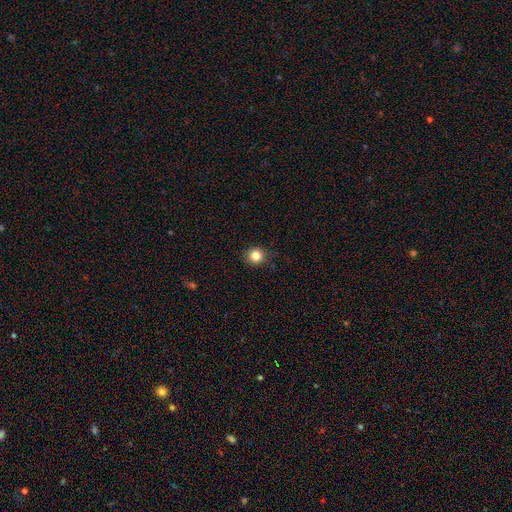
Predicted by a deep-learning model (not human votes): Overall: smooth (83%). How rounded: round (90%). Merging: none (89%).